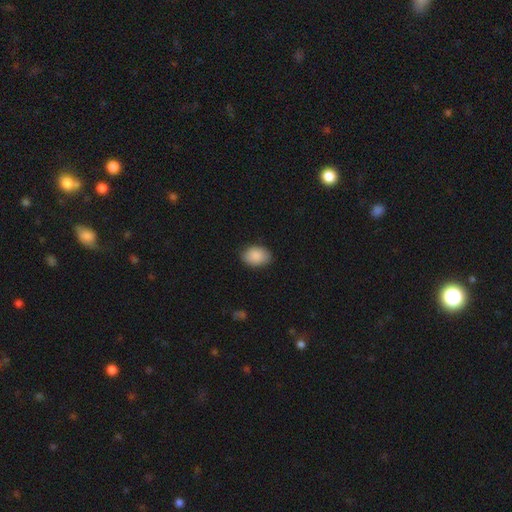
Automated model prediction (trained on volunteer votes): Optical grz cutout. It shows a smooth galaxy with no disk features (89%) that is in between round and cigar-shaped (79%). Merging: none (84%).